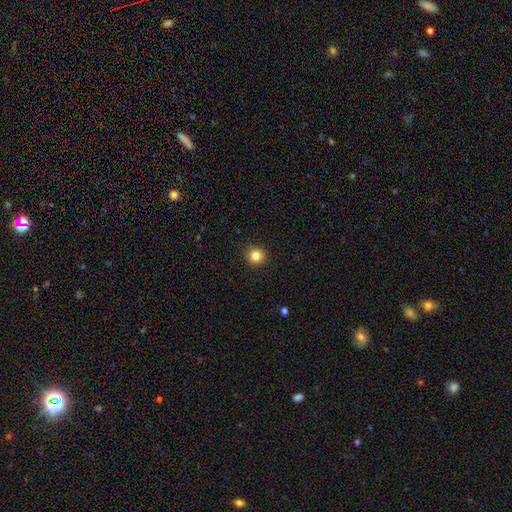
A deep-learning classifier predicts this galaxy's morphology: smooth_or_featured: smooth (p=0.84) [alt: star or artifact p=0.11]
how_rounded: round (p=0.89) [alt: in between p=0.10]
merging: none (p=0.90) [alt: minor disturbance p=0.07]